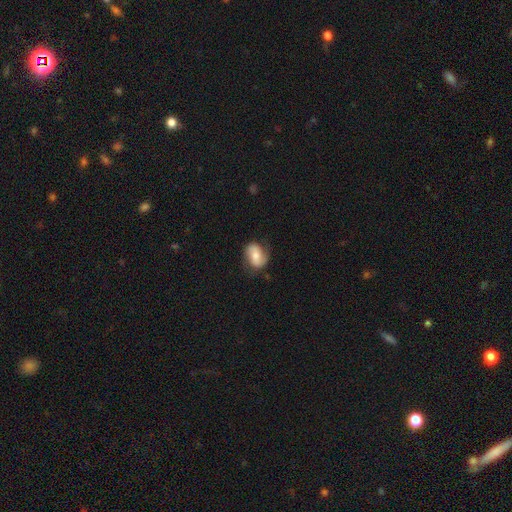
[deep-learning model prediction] Smooth or featured: featured or disk — 51% (smooth — 41%)
Edge-on disk: no — 96% (yes — 4%)
Merging: none — 71% (minor disturbance — 21%)